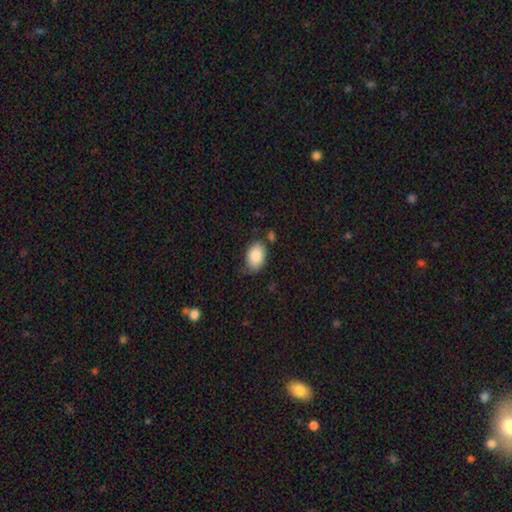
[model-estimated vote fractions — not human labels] Smooth or featured? Predicted: smooth (p=0.87). How rounded? Predicted: in between (p=0.86). Merging? Predicted: none (p=0.64).